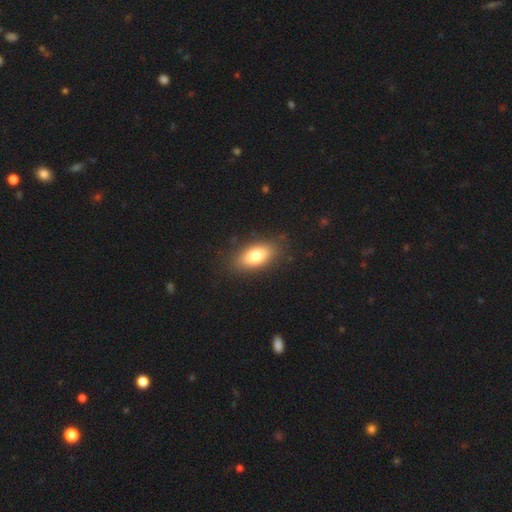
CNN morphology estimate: This is likely a smooth galaxy (79%). How rounded: clearly in between (88%). Merging: clearly none (85%).